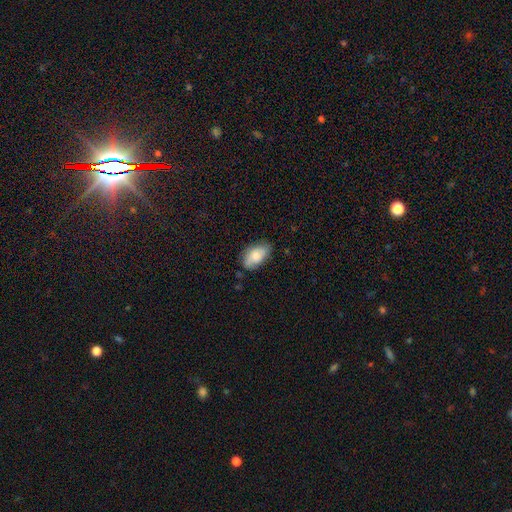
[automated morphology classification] smooth 77%, featured or disk 16%, star or artifact 7%. Down the decision tree: how rounded — in between (93%); merging — none (71%).